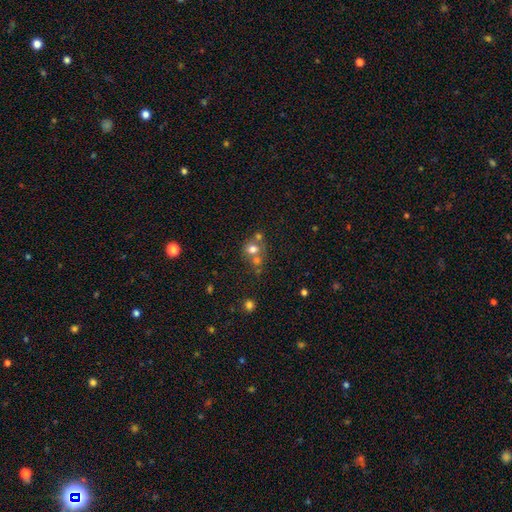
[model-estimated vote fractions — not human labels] Smooth or featured? Predicted: smooth (p=0.57). How rounded? Predicted: round (p=0.82). Merging? Predicted: none (p=0.46).